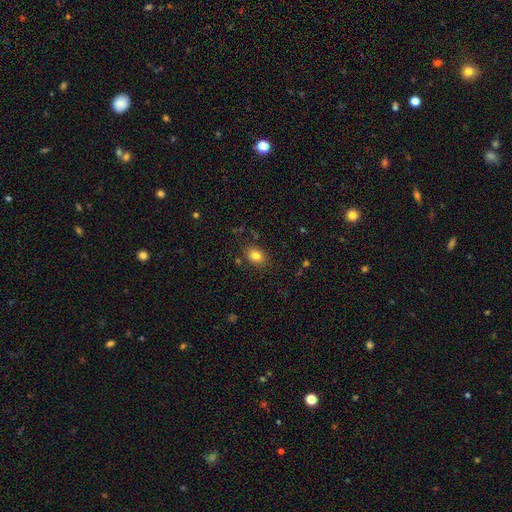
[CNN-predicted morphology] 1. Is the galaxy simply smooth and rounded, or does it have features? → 81% smooth, 10% star or artifact, 8% featured or disk.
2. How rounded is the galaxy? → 70% in between, 29% round, 1% cigar-shaped.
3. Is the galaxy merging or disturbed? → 83% none, 11% minor disturbance, 3% major disturbance, 2% merger.